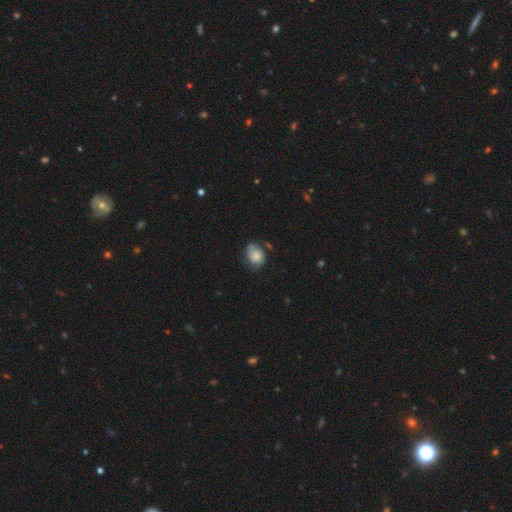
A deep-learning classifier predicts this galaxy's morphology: Overall: smooth (76%). How rounded: in between (60%; round 39%). Merging: none (50%; minor disturbance 35%).